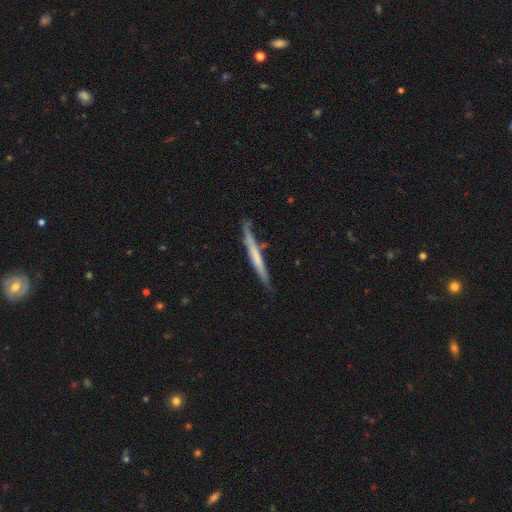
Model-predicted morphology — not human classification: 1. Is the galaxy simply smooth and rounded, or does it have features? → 48% smooth, 47% featured or disk, 6% star or artifact.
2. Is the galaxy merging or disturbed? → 74% none, 18% minor disturbance, 4% merger, 4% major disturbance.